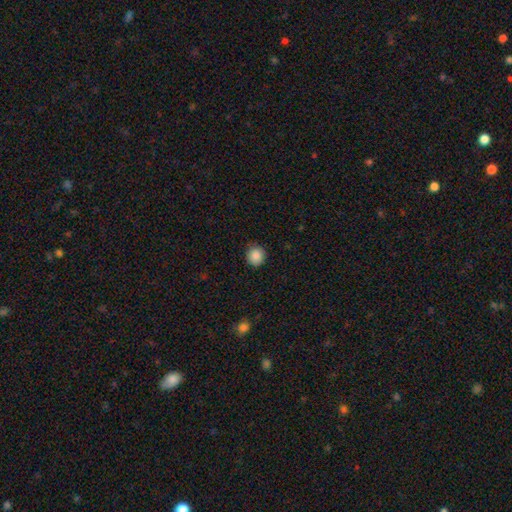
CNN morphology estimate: This is clearly a smooth galaxy (88%). How rounded: clearly round (90%). Merging: clearly none (87%).